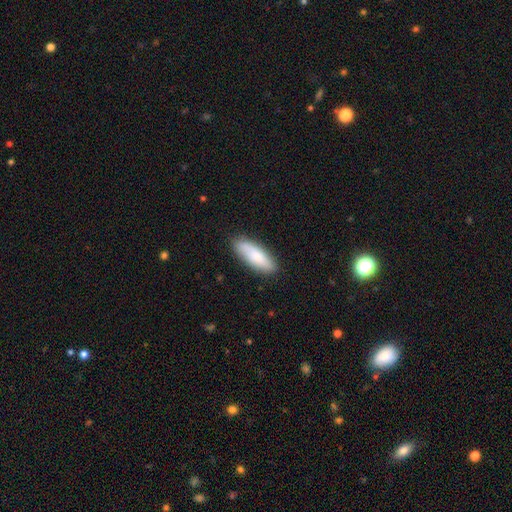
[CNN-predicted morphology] smooth_or_featured: smooth (p=0.79) [alt: featured or disk p=0.15]
how_rounded: in between (p=0.60) [alt: cigar-shaped p=0.38]
merging: none (p=0.85) [alt: minor disturbance p=0.12]